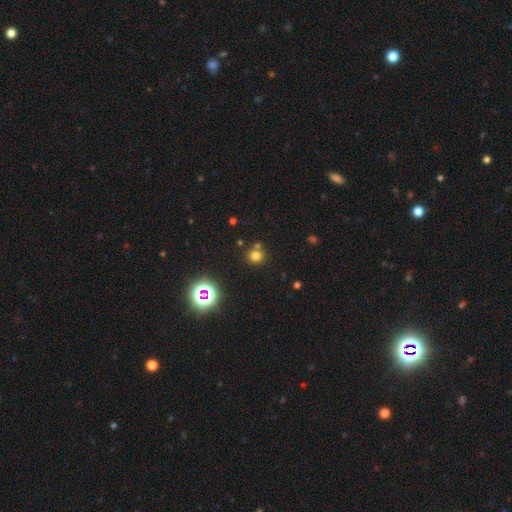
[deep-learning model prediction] Smooth or featured? Predicted: smooth (p=0.70). How rounded? Predicted: round (p=0.89). Merging? Predicted: none (p=0.71).